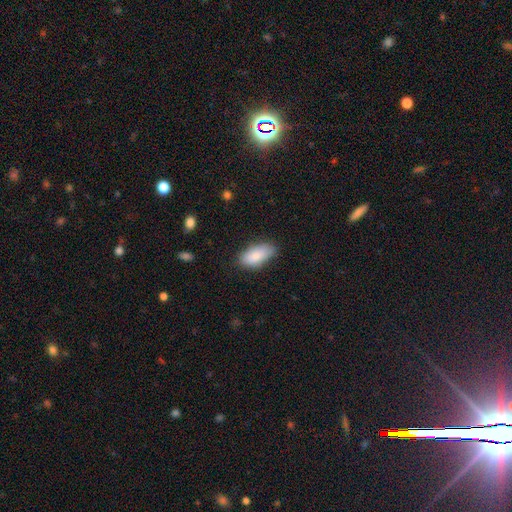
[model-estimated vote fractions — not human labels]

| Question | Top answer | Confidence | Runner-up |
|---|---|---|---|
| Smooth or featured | smooth | 85% | featured or disk (8%) |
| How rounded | in between | 91% | cigar-shaped (7%) |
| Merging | none | 73% | minor disturbance (22%) |